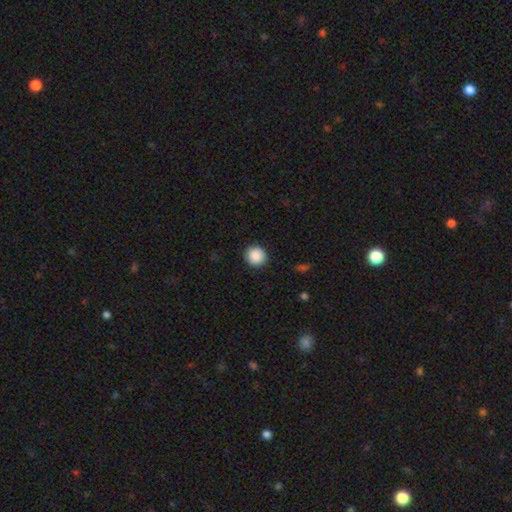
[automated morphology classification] A smooth galaxy with no disk features (89%) that is round (93%). Merging: none (91%).